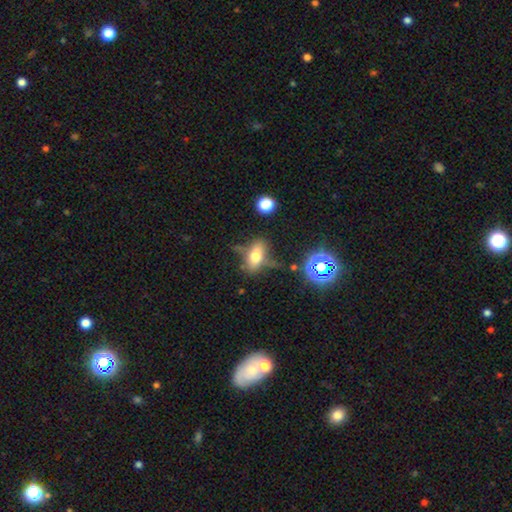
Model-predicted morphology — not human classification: smooth-or-featured: smooth: 52% | featured or disk: 33% | star or artifact: 15%
  how-rounded: in between: 78% | cigar-shaped: 12% | round: 9%
  merging: none: 57% | minor disturbance: 23% | major disturbance: 14% | merger: 7%